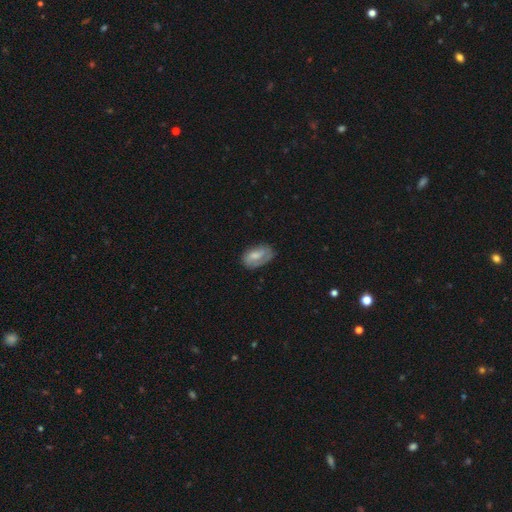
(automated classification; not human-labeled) Q: Smooth or featured?
A: smooth (56%); runner-up: featured or disk (37%)
Q: How rounded?
A: in between (91%); runner-up: round (6%)
Q: Merging?
A: none (59%); runner-up: minor disturbance (27%)